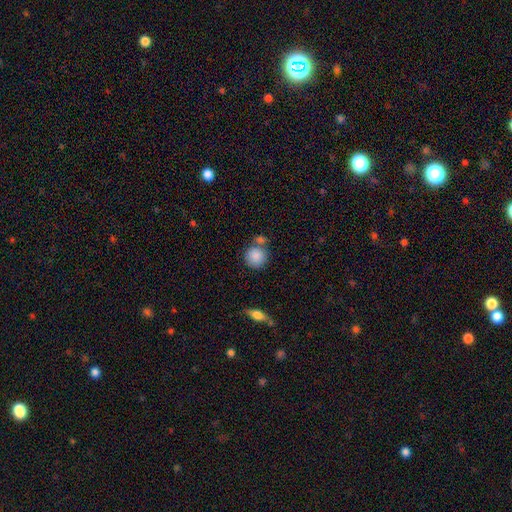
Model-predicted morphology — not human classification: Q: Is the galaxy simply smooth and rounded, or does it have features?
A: smooth — 87%.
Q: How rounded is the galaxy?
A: round — 90%.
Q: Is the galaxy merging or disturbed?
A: none — 63%.